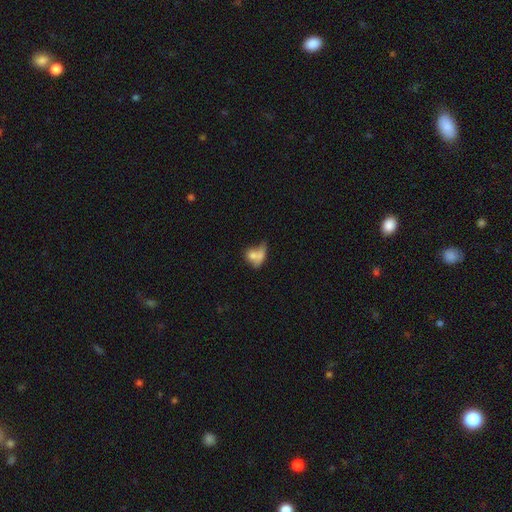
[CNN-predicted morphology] This appears to be a smooth galaxy with no disk features (66%) that is in between round and cigar-shaped (60%). Merging: merger (49%).